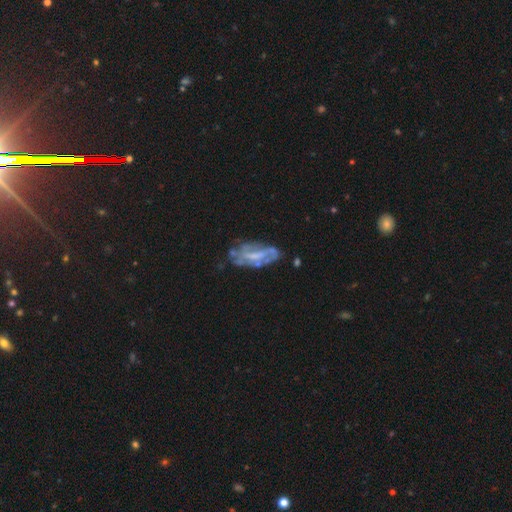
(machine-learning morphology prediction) smooth_or_featured: featured or disk (p=0.70) [alt: smooth p=0.21]
disk_edge_on: no (p=0.91) [alt: yes p=0.09]
bar: weak (p=0.41) [alt: no p=0.33]
has_spiral_arms: yes (p=0.61) [alt: no p=0.39]
bulge_size: none (p=0.39) [alt: small p=0.30]
merging: none (p=0.52) [alt: minor disturbance p=0.25]